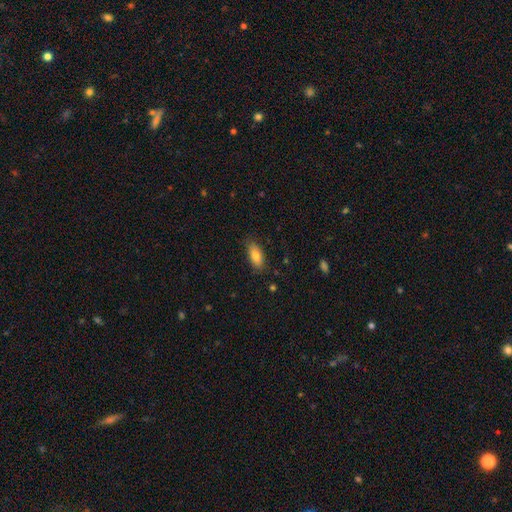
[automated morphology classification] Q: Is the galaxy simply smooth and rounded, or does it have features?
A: smooth — 81%.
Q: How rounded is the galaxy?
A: in between — 83%.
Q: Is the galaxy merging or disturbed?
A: none — 83%.